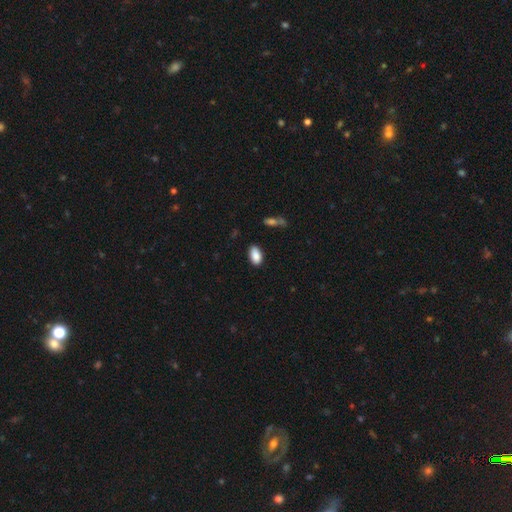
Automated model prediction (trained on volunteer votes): A smooth galaxy with no disk features (88%) that is in between round and cigar-shaped (93%). Merging: none (85%).